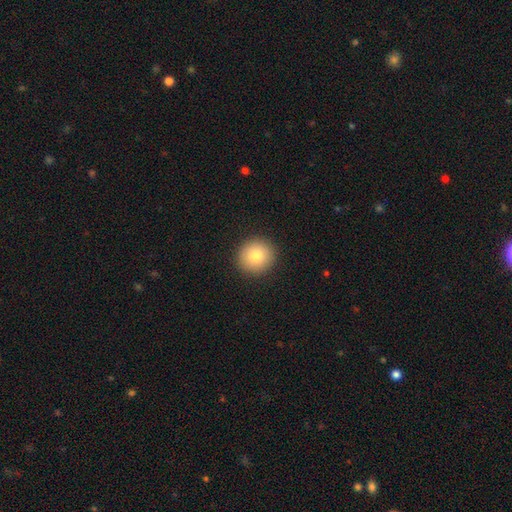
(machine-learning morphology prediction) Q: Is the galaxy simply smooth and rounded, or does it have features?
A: smooth — 82%.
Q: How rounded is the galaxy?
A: round — 94%.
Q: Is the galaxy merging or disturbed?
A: none — 93%.